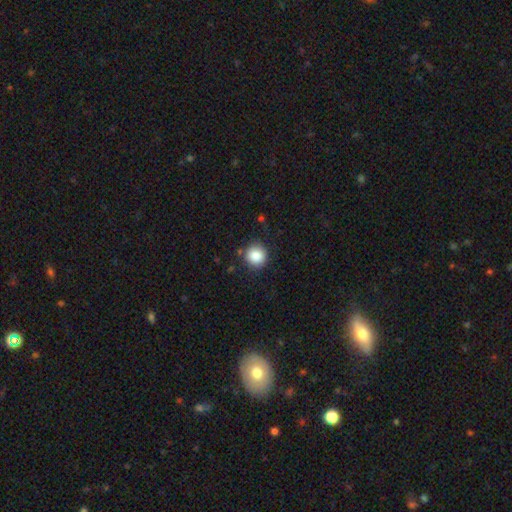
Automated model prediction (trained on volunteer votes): smooth 87%, star or artifact 9%, featured or disk 4%. Down the decision tree: how rounded — round (92%); merging — none (86%).